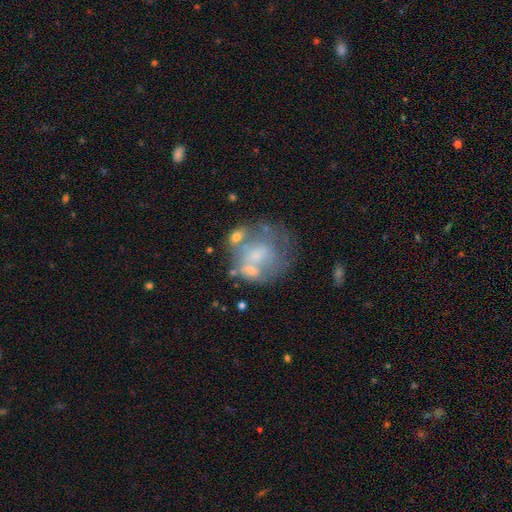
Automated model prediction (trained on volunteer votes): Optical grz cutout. It shows a featured or disk galaxy (52%) with no bar (83%), no spiral arms (82%) and a small central bulge (36%). Merging: none (44%).